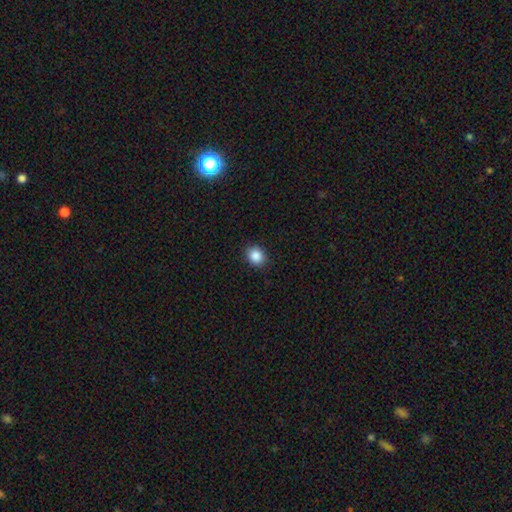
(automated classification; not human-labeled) This is clearly a smooth galaxy (87%). How rounded: likely round (64%). Merging: clearly none (90%).